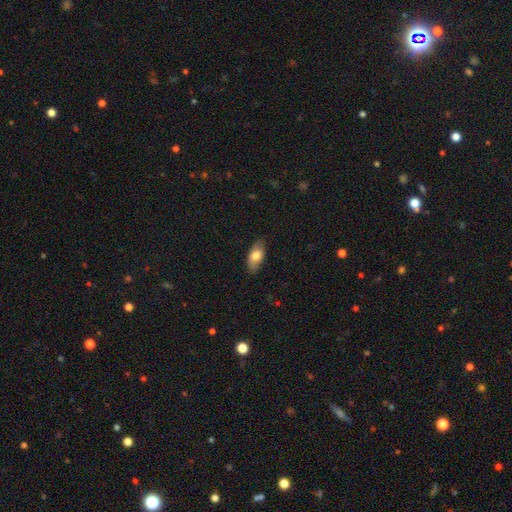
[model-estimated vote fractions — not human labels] Morphology: type=smooth (77%); roundness=in between (88%); merging=none (83%).